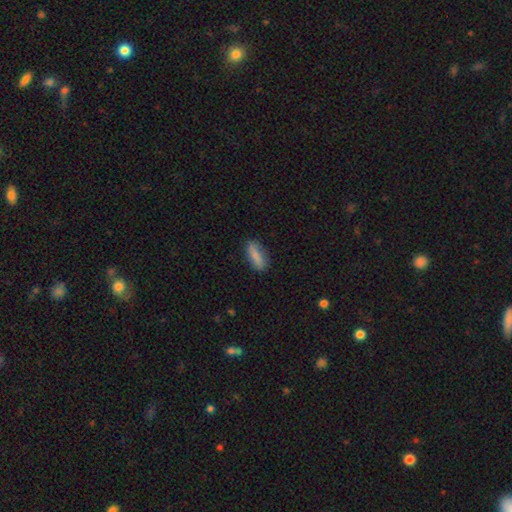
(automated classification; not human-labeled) smooth-or-featured: smooth: 83% | featured or disk: 10% | star or artifact: 7%
  how-rounded: in between: 63% | cigar-shaped: 34% | round: 3%
  merging: none: 78% | minor disturbance: 17% | major disturbance: 4% | merger: 2%